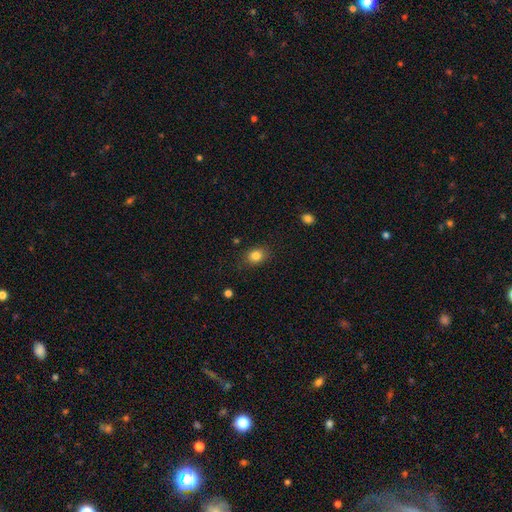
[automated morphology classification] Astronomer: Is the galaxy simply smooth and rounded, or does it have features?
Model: smooth — 83%.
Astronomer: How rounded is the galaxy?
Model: in between — 50% (runner-up: round, 49%).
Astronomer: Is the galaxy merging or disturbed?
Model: none — 84%.